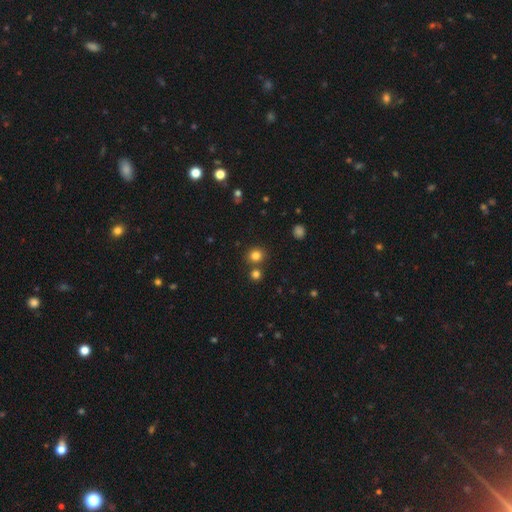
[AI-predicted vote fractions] Smooth or featured: smooth — 80% (star or artifact — 15%)
How rounded: round — 89% (in between — 10%)
Merging: none — 76% (merger — 15%)